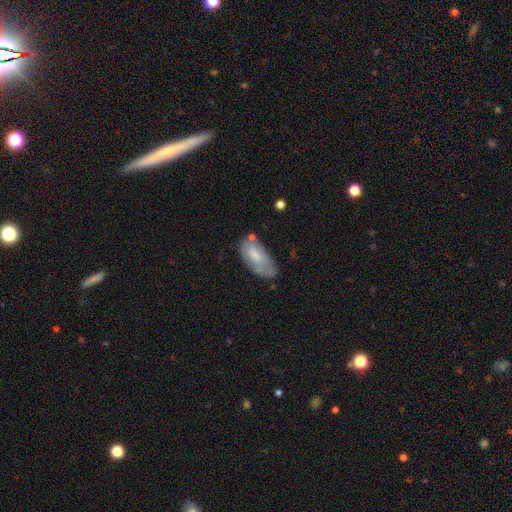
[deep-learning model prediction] This is likely a smooth galaxy (69%). How rounded: clearly in between (91%). Merging: possibly none (47%).